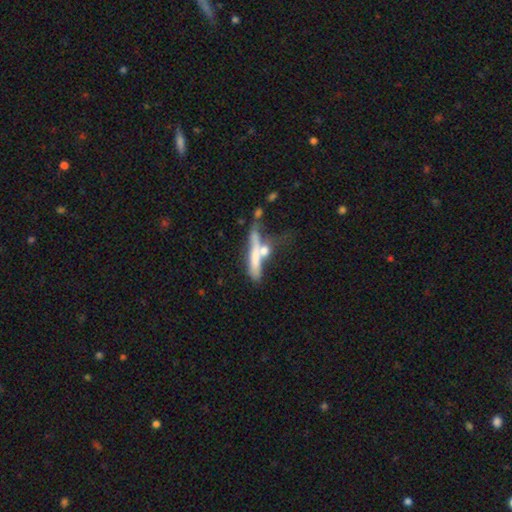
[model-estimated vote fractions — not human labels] Overall: smooth (51%; featured or disk 40%). How rounded: cigar-shaped (82%). Merging: merger (38%; none 34%).